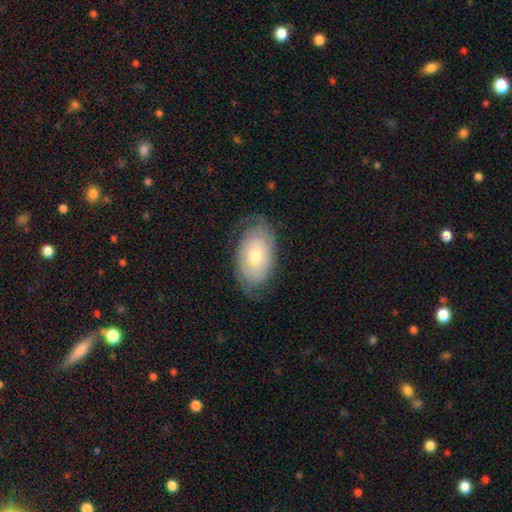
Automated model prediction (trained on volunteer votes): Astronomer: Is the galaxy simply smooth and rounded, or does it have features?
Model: featured or disk — 50% (runner-up: smooth, 44%).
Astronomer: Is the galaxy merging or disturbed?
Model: none — 71%.